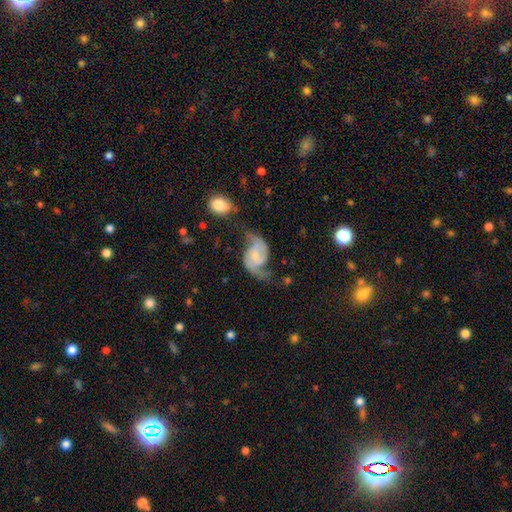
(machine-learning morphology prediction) smooth_or_featured: featured or disk (p=0.84) [alt: smooth p=0.10]
disk_edge_on: no (p=0.98) [alt: yes p=0.02]
bar: weak (p=0.45) [alt: no p=0.39]
has_spiral_arms: yes (p=0.95) [alt: no p=0.05]
spiral_winding: loose (p=0.52) [alt: medium p=0.37]
spiral_arm_count: 2 (p=0.92) [alt: can't tell p=0.03]
bulge_size: small (p=0.55) [alt: moderate p=0.30]
merging: none (p=0.51) [alt: minor disturbance p=0.21]